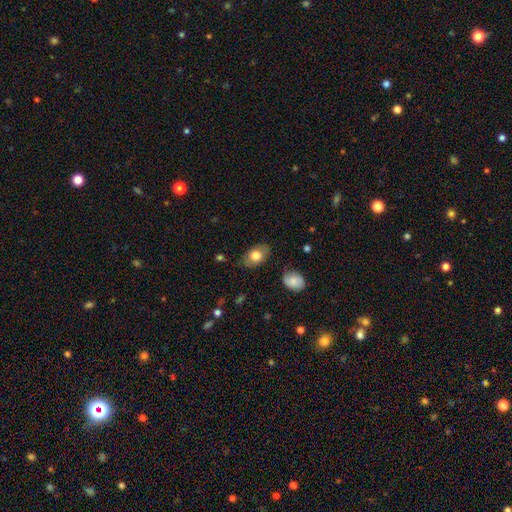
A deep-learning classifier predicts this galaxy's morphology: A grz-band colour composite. It shows a smooth galaxy with no disk features (75%) that is in between round and cigar-shaped (87%). Merging: none (78%).